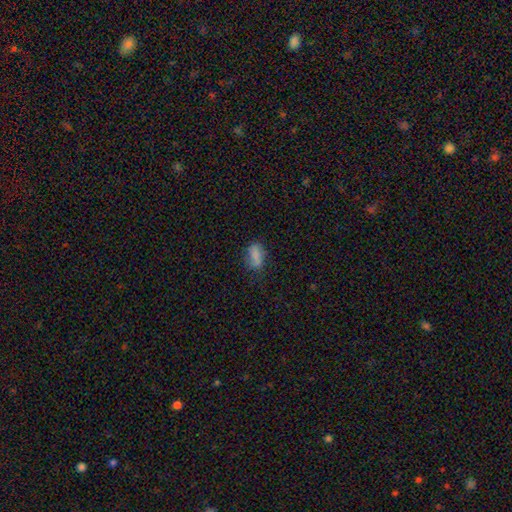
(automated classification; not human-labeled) This appears to be a smooth galaxy with no disk features (78%) that is in between round and cigar-shaped (83%). Merging: none (67%).